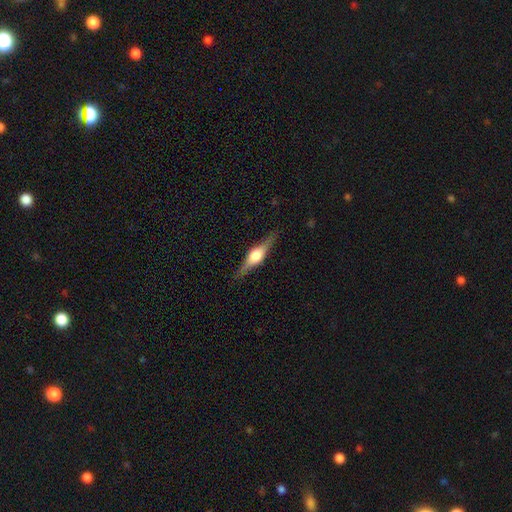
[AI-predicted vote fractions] Smooth or featured? Predicted: featured or disk (p=0.76). Edge-on disk? Predicted: yes (p=0.97). Edge-on bulge? Predicted: rounded (p=0.91). Merging? Predicted: none (p=0.88).